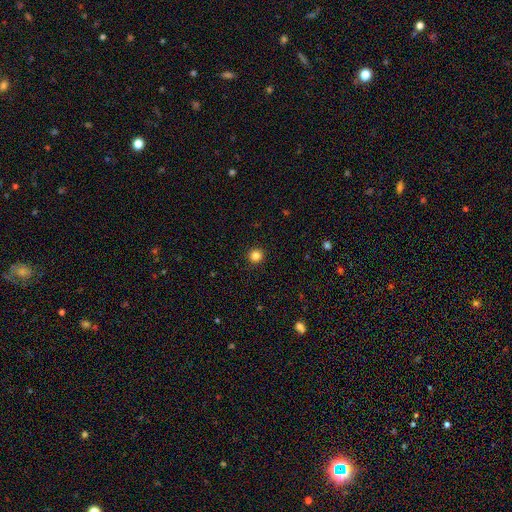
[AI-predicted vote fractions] Morphology: type=smooth (84%); roundness=round (94%); merging=none (93%).